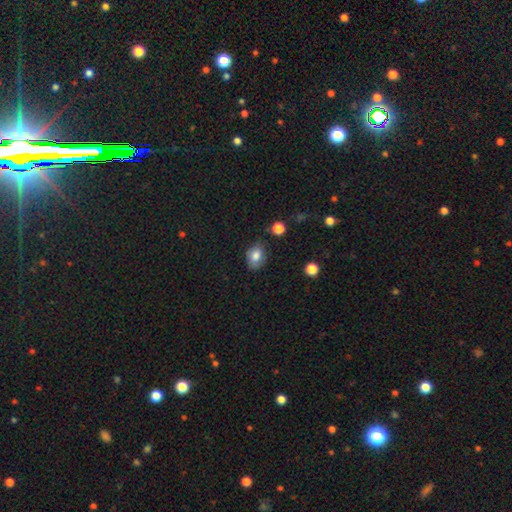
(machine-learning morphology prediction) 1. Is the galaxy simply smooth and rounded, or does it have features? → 82% smooth, 9% star or artifact, 9% featured or disk.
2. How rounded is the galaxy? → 70% in between, 28% round, 1% cigar-shaped.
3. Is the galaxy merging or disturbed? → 71% none, 22% minor disturbance, 4% major disturbance, 2% merger.